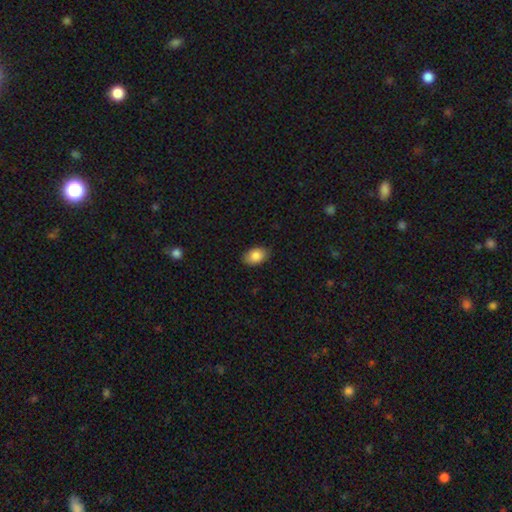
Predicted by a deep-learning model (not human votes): Overall: smooth (86%). How rounded: in between (88%). Merging: none (84%).